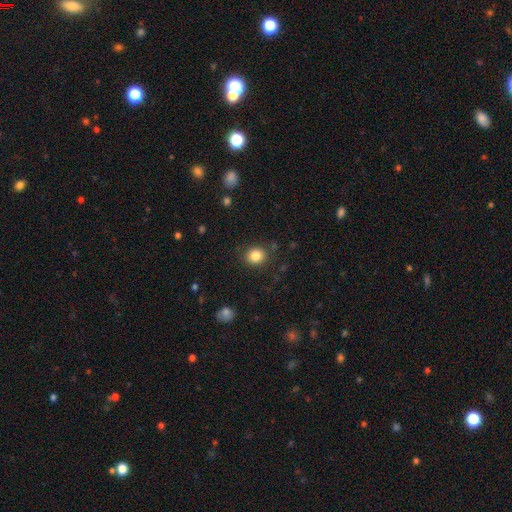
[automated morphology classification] smooth_or_featured: smooth (p=0.84) [alt: star or artifact p=0.10]
how_rounded: round (p=0.78) [alt: in between p=0.21]
merging: none (p=0.87) [alt: minor disturbance p=0.09]